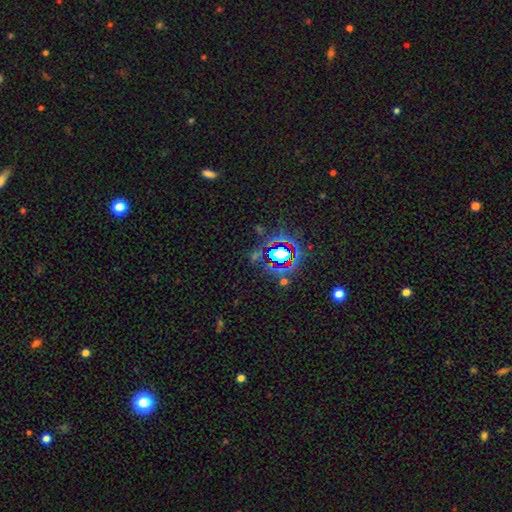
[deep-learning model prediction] Overall: star or artifact (73%).